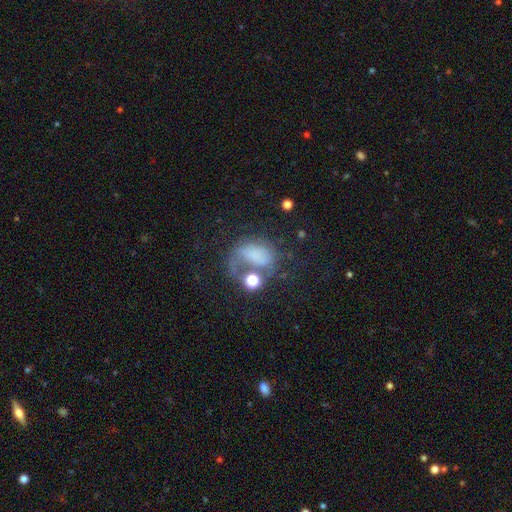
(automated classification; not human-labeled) smooth_or_featured: smooth (p=0.45) [alt: featured or disk p=0.38]
merging: major disturbance (p=0.41) [alt: none p=0.24]